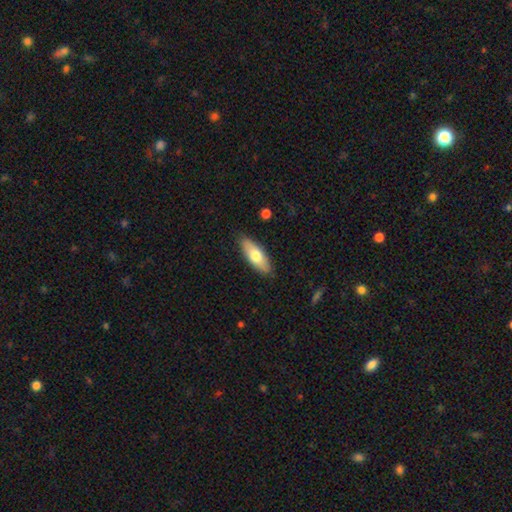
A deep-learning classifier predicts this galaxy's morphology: A smooth galaxy with no disk features (68%) that is in between round and cigar-shaped (67%). Merging: none (86%).